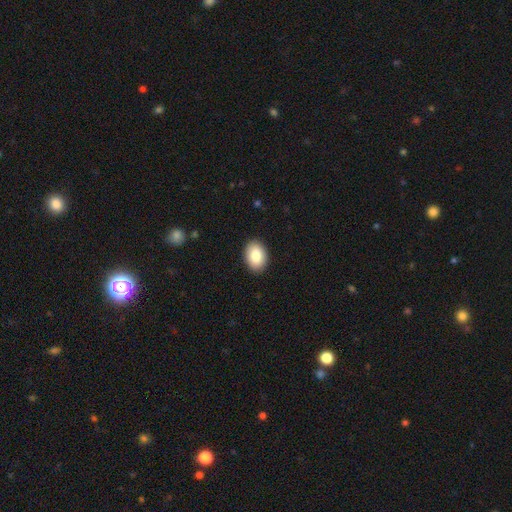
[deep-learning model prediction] smooth_or_featured: smooth (p=0.87) [alt: star or artifact p=0.07]
how_rounded: in between (p=0.85) [alt: round p=0.14]
merging: none (p=0.90) [alt: minor disturbance p=0.07]